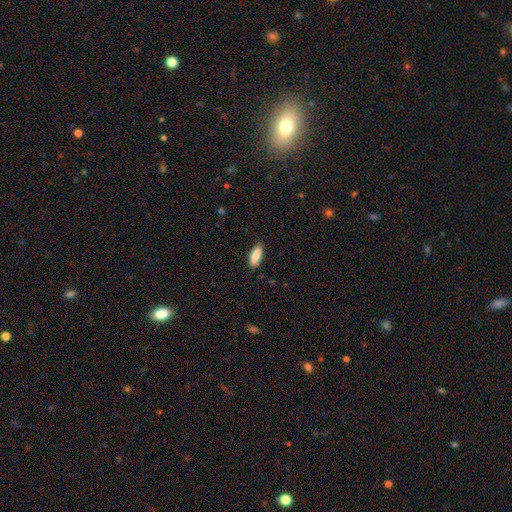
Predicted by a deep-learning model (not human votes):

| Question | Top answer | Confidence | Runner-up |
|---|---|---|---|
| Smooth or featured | smooth | 86% | featured or disk (8%) |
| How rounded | in between | 77% | cigar-shaped (21%) |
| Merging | none | 87% | minor disturbance (10%) |